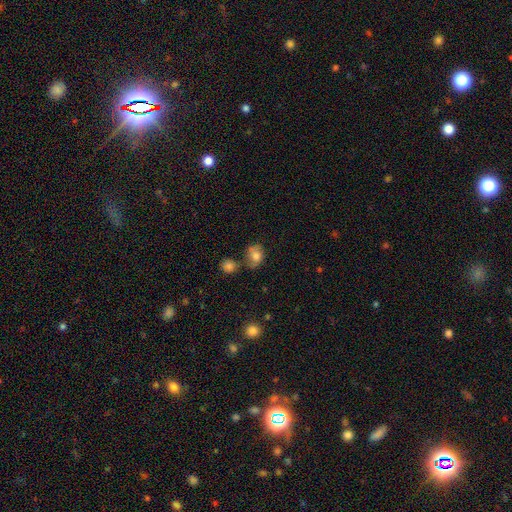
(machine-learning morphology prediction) Smooth or featured: smooth — 63% (featured or disk — 27%)
How rounded: in between — 50% (round — 49%)
Merging: none — 48% (minor disturbance — 25%)